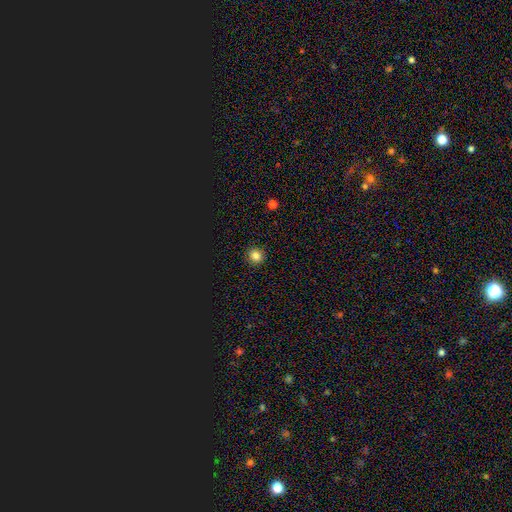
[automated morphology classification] smooth_or_featured: smooth (p=0.82) [alt: star or artifact p=0.13]
how_rounded: round (p=0.92) [alt: in between p=0.07]
merging: none (p=0.92) [alt: minor disturbance p=0.05]